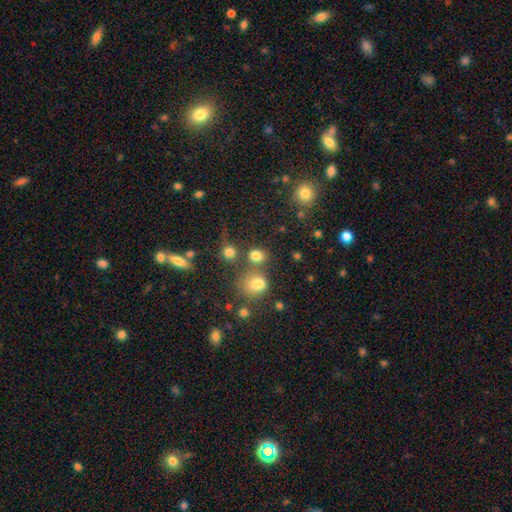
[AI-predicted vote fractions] A smooth galaxy with no disk features (77%) that is round (70%).

Vote fractions:
- Smooth or featured? smooth: 77% / star or artifact: 16% / featured or disk: 7%
- How rounded? round: 70% / in between: 29% / cigar-shaped: 1%
- Merging? none: 62% / merger: 21% / minor disturbance: 11% / major disturbance: 6%